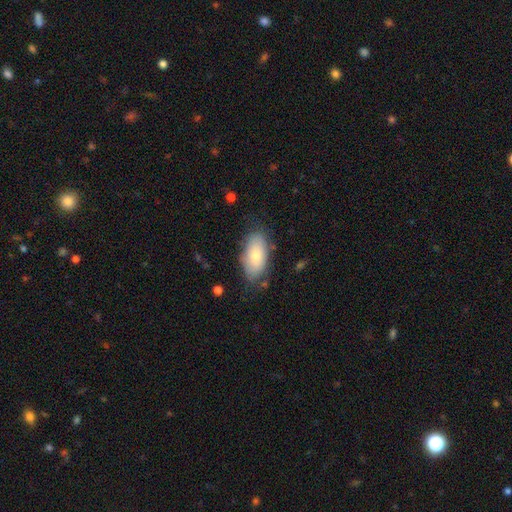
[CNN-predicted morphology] type=smooth (76%); roundness=in between (93%); merging=none (75%).